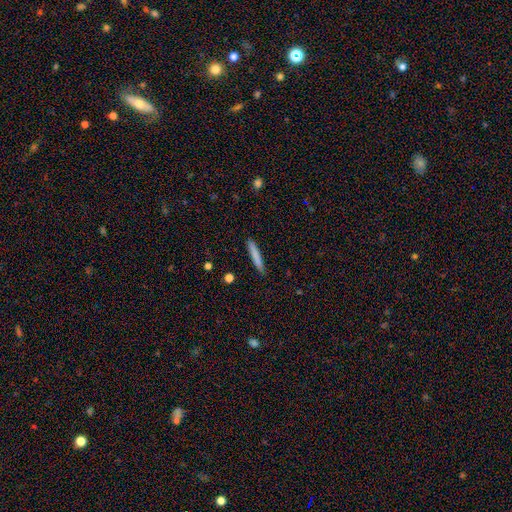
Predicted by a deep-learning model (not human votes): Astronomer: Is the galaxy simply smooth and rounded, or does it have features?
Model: smooth — 80%.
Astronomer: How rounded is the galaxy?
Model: cigar-shaped — 95%.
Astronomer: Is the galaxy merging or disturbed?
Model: none — 90%.